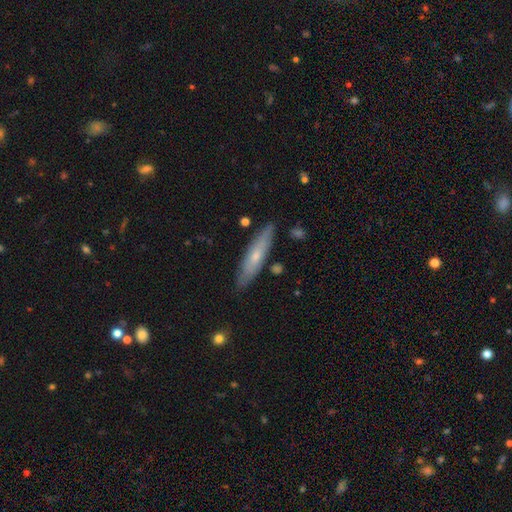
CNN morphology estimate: Smooth or featured? Predicted: smooth (p=0.51). How rounded? Predicted: cigar-shaped (p=0.81). Merging? Predicted: none (p=0.85).